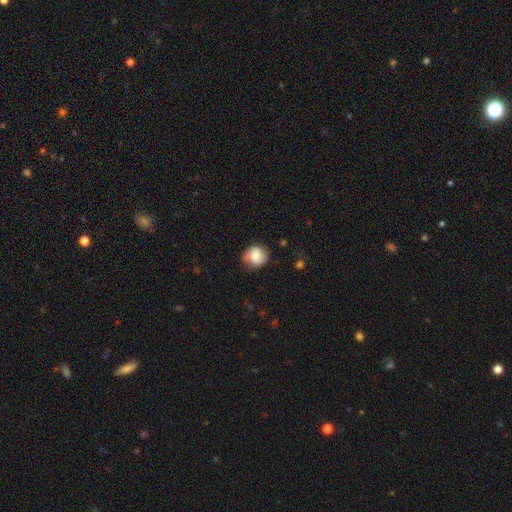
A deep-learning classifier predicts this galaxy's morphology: Smooth or featured? Predicted: smooth (p=0.68). How rounded? Predicted: round (p=0.80). Merging? Predicted: none (p=0.70).